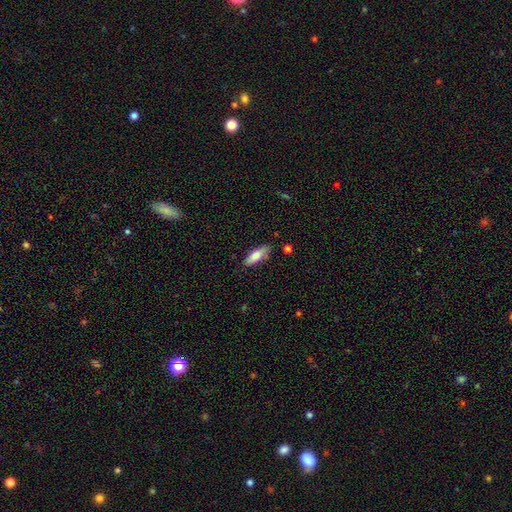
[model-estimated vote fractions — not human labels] Morphology: type=smooth (76%); roundness=in between (60%); merging=none (78%).